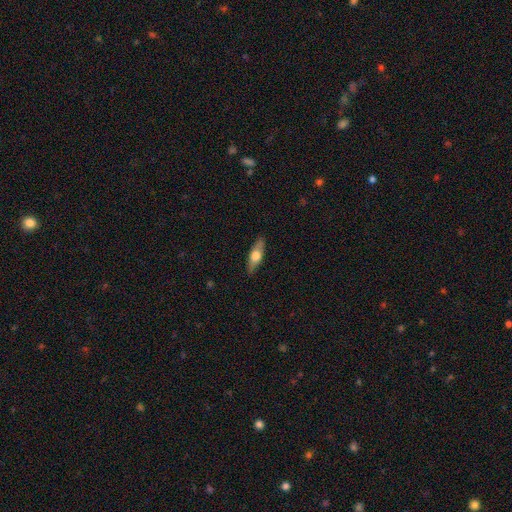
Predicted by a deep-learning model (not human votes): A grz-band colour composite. It shows a smooth galaxy with no disk features (54%) that is in between round and cigar-shaped (49%). Merging: none (87%).